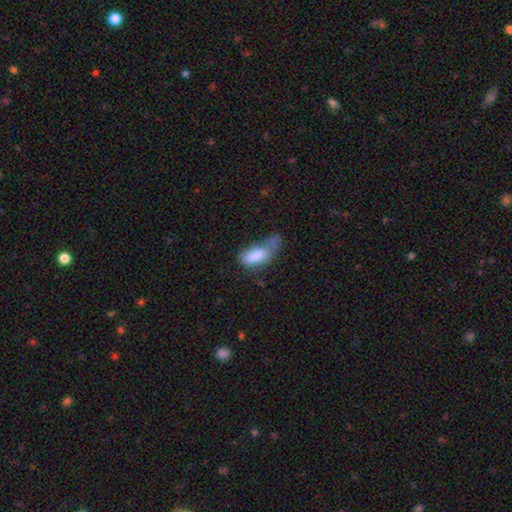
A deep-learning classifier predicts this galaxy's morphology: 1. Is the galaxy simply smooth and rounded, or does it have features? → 77% smooth, 14% featured or disk, 8% star or artifact.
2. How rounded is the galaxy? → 84% in between, 12% cigar-shaped, 3% round.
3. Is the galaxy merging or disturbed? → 38% major disturbance, 28% minor disturbance, 19% none, 15% merger.